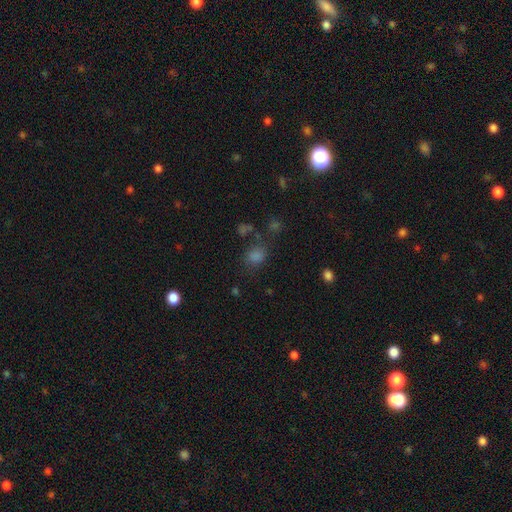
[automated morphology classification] The model was most divided on "how rounded": round: 59%, in between: 40%, cigar-shaped: 2%. More confident: merging — none (69%); smooth or featured — smooth (65%).